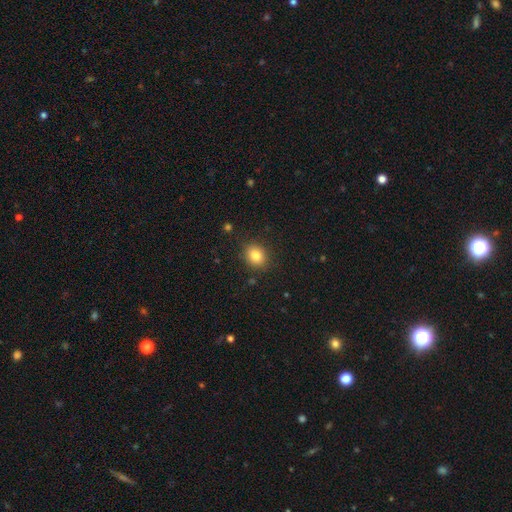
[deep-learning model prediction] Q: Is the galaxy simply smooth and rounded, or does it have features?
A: smooth — 83%.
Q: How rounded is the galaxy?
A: round — 63%.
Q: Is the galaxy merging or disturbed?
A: none — 87%.